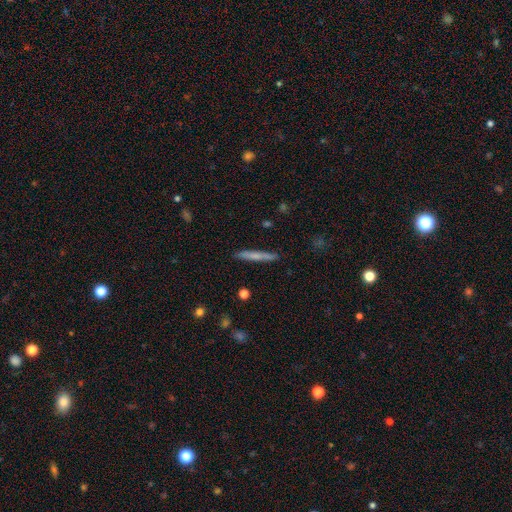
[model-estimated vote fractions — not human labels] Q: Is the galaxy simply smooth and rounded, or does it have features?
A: smooth — 61%.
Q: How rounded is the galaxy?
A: cigar-shaped — 96%.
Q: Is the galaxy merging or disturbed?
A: none — 89%.